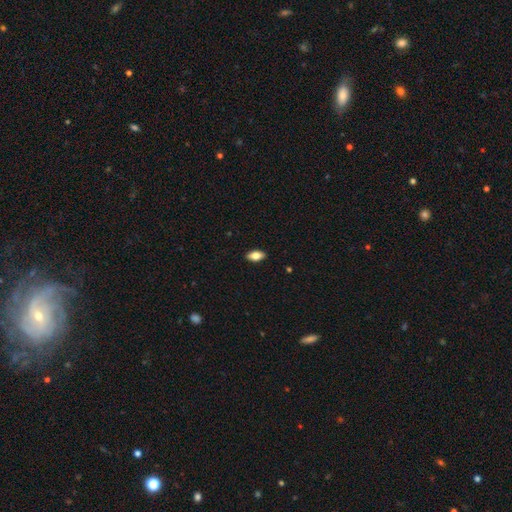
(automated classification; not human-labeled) A smooth galaxy with no disk features (76%) that is in between round and cigar-shaped (89%). Merging: none (89%).